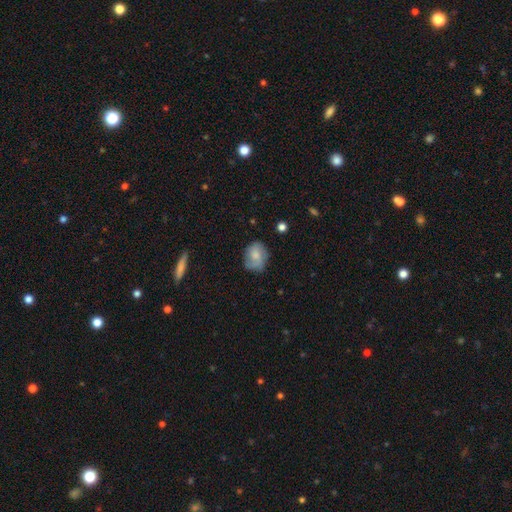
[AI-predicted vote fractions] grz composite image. It shows a smooth galaxy with no disk features (68%) that is in between round and cigar-shaped (51%). Merging: none (66%).